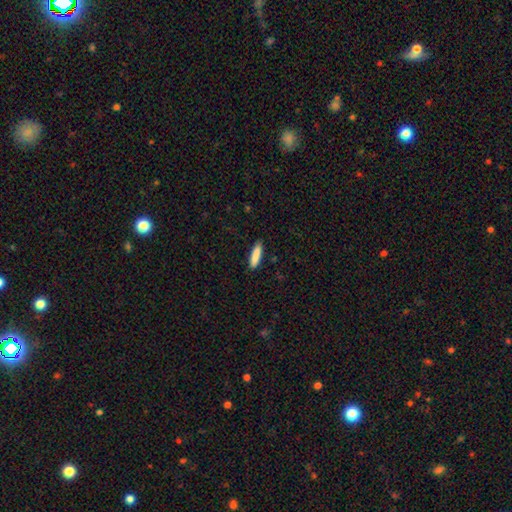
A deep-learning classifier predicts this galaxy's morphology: This appears to be a smooth galaxy with no disk features (87%) that is cigar-shaped (76%). Merging: none (89%).